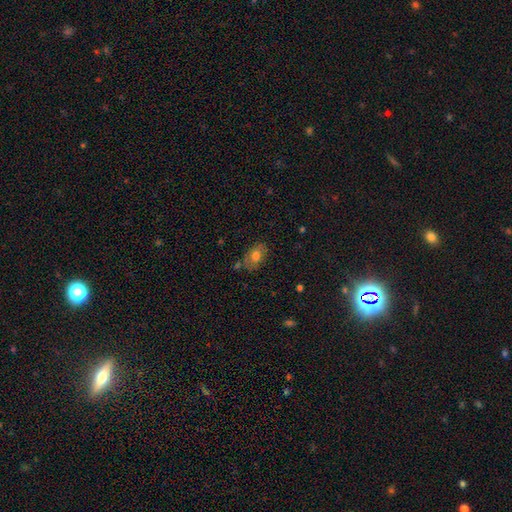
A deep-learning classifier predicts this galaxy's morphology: The model was most divided on "merging": none: 70%, minor disturbance: 19%, merger: 6%, major disturbance: 5%. More confident: how rounded — in between (84%); smooth or featured — smooth (72%).